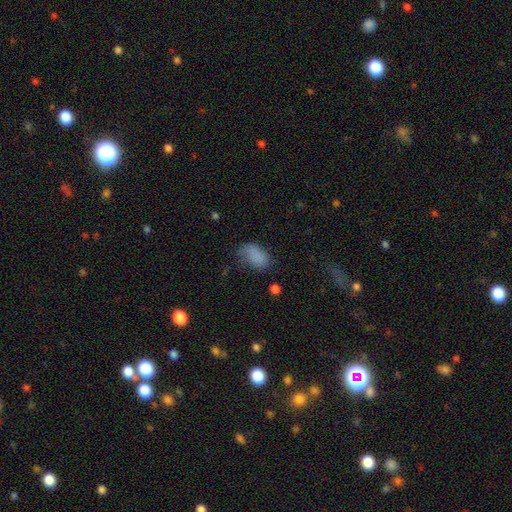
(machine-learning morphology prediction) smooth-or-featured: smooth: 80% | star or artifact: 10% | featured or disk: 9%
  how-rounded: in between: 91% | round: 7% | cigar-shaped: 2%
  merging: none: 50% | minor disturbance: 30% | major disturbance: 16% | merger: 3%